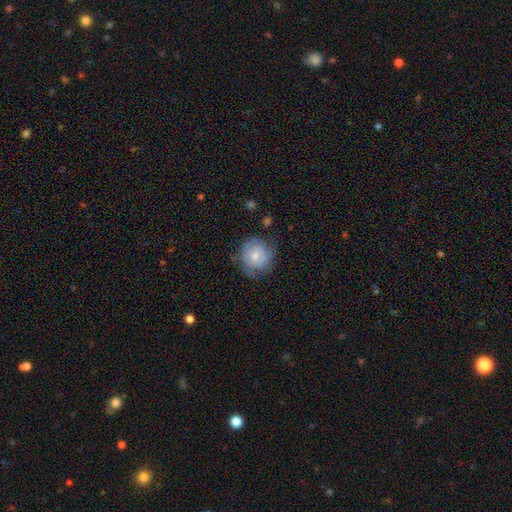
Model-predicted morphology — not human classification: smooth_or_featured: smooth (p=0.61) [alt: featured or disk p=0.32]
how_rounded: round (p=0.82) [alt: in between p=0.17]
merging: none (p=0.59) [alt: minor disturbance p=0.28]